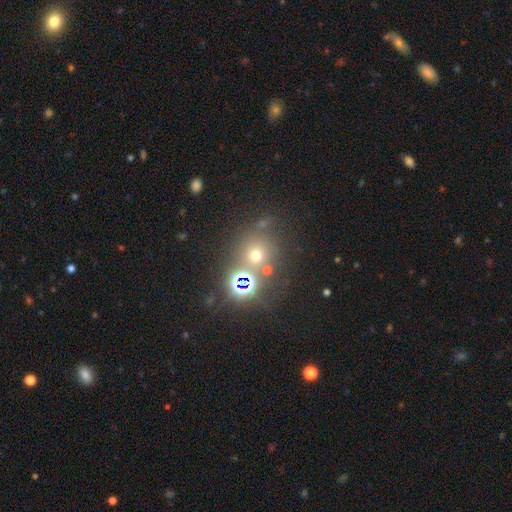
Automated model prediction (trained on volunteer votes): This is possibly a smooth galaxy (54%). How rounded: clearly round (87%). Merging: likely none (67%).